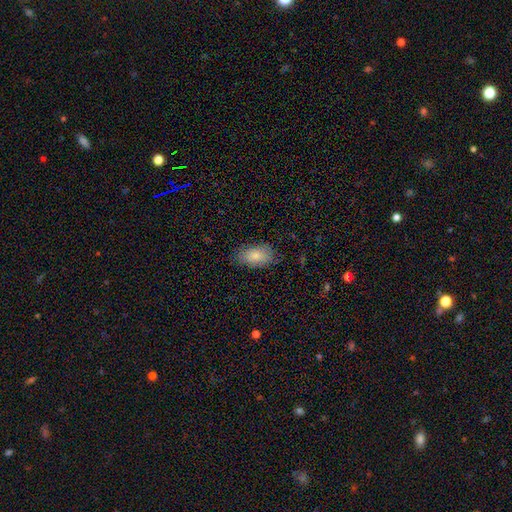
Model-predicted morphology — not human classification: This is clearly a smooth galaxy (83%). How rounded: clearly in between (93%). Merging: likely none (75%).